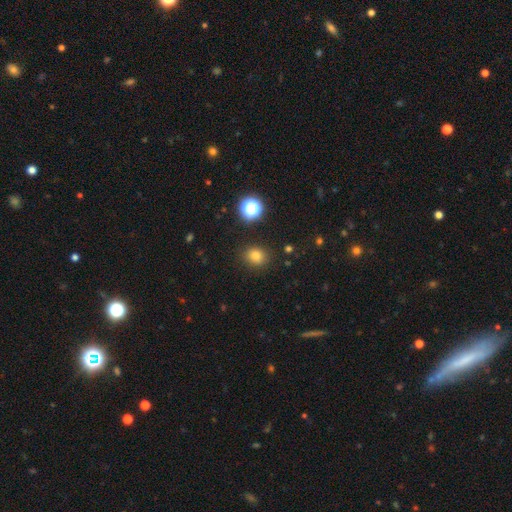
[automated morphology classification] Smooth or featured?
  - smooth: 77% *
  - star or artifact: 16%
  - featured or disk: 7%
How rounded?
  - round: 70% *
  - in between: 29%
  - cigar-shaped: 1%
Merging?
  - none: 87% *
  - minor disturbance: 8%
  - major disturbance: 3%
  - merger: 2%